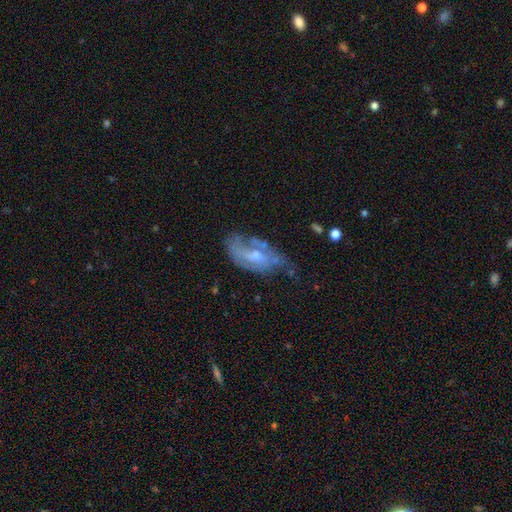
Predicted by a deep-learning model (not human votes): This appears to be a featured or disk galaxy (68%) with no bar (56%), spiral arms (67%) and a small central bulge (47%). Merging: none (38%).